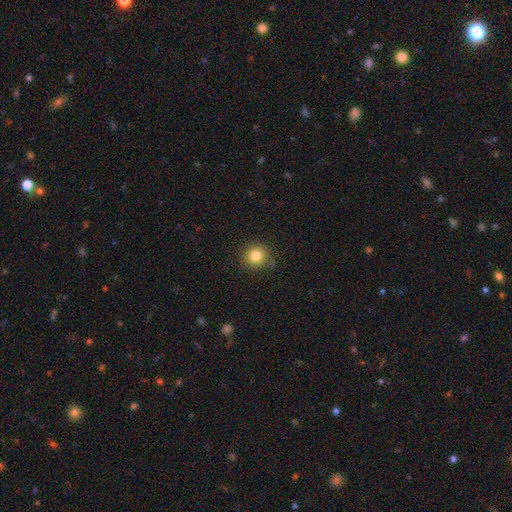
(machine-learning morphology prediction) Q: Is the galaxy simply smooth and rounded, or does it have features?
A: smooth — 82%.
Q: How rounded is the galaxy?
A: round — 92%.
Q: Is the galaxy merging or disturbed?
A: none — 86%.